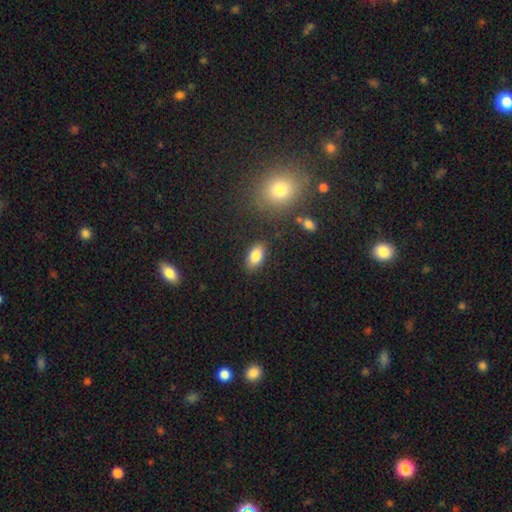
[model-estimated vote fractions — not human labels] Q: Smooth or featured?
A: smooth (84%); runner-up: featured or disk (8%)
Q: How rounded?
A: in between (91%); runner-up: round (5%)
Q: Merging?
A: none (85%); runner-up: minor disturbance (10%)